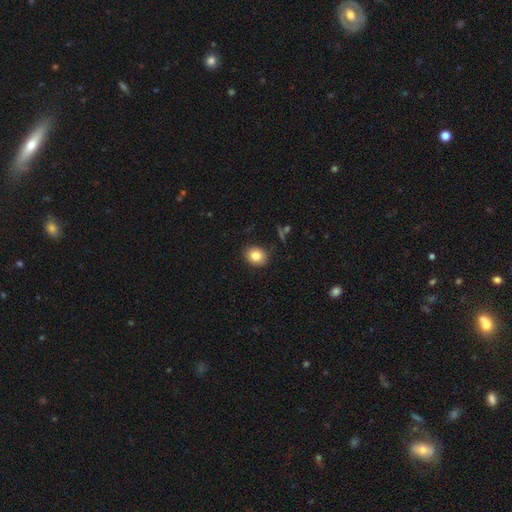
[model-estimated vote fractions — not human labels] Smooth or featured?
  - smooth: 82% *
  - star or artifact: 9%
  - featured or disk: 9%
How rounded?
  - round: 57% *
  - in between: 42%
  - cigar-shaped: 1%
Merging?
  - none: 89% *
  - minor disturbance: 8%
  - major disturbance: 2%
  - merger: 1%